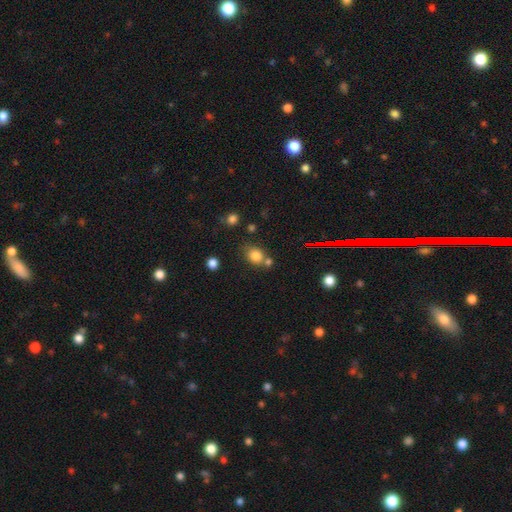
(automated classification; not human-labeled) Morphology: type=smooth (80%); roundness=round (63%); merging=none (59%).